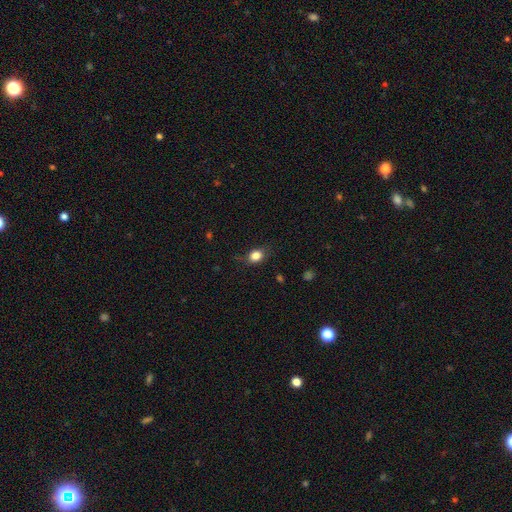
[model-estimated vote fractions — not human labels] smooth-or-featured: smooth: 82% | star or artifact: 10% | featured or disk: 7%
  how-rounded: in between: 52% | round: 46% | cigar-shaped: 2%
  merging: none: 74% | minor disturbance: 19% | major disturbance: 6% | merger: 1%